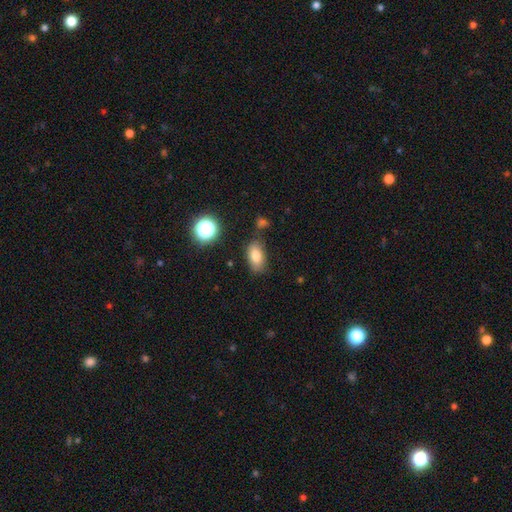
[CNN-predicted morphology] The model was most divided on "merging": none: 76%, minor disturbance: 15%, merger: 5%, major disturbance: 4%. More confident: how rounded — in between (88%); smooth or featured — smooth (79%).